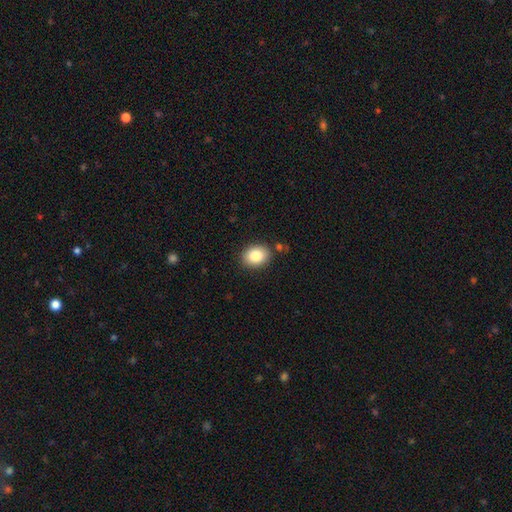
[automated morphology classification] The model was most divided on "how rounded": in between: 61%, round: 38%, cigar-shaped: 1%. More confident: merging — none (86%); smooth or featured — smooth (85%).